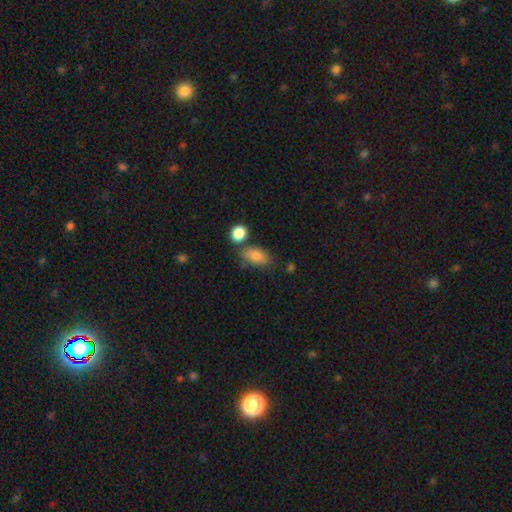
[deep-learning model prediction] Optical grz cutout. It shows a smooth galaxy with no disk features (83%) that is in between round and cigar-shaped (89%). Merging: none (65%).